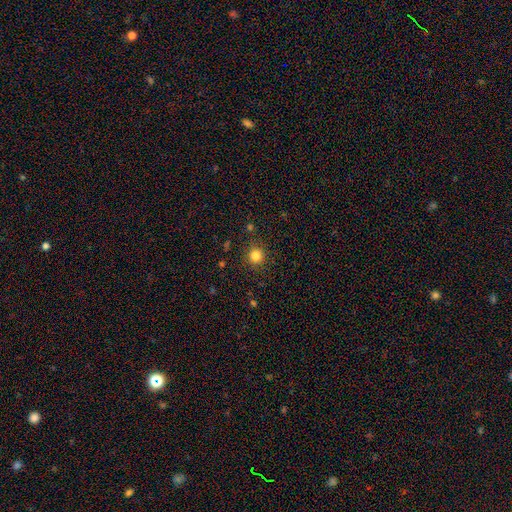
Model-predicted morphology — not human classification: A smooth galaxy with no disk features (82%) that is round (93%).

Vote fractions:
- Smooth or featured? smooth: 82% / star or artifact: 13% / featured or disk: 5%
- How rounded? round: 93% / in between: 6% / cigar-shaped: 1%
- Merging? none: 89% / minor disturbance: 7% / major disturbance: 3% / merger: 2%